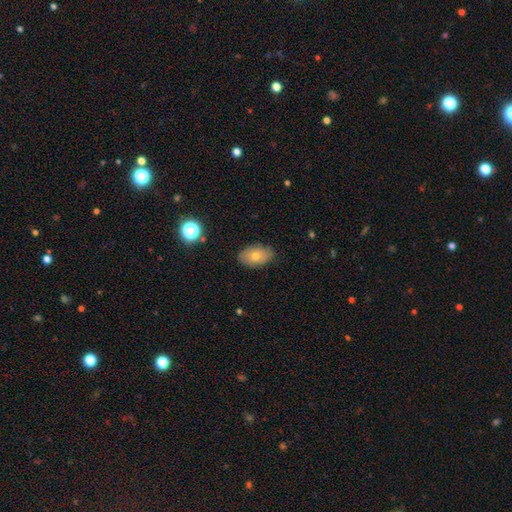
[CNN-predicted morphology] The model was most divided on "smooth or featured": smooth: 70%, featured or disk: 20%, star or artifact: 10%. More confident: how rounded — in between (91%); merging — none (86%).